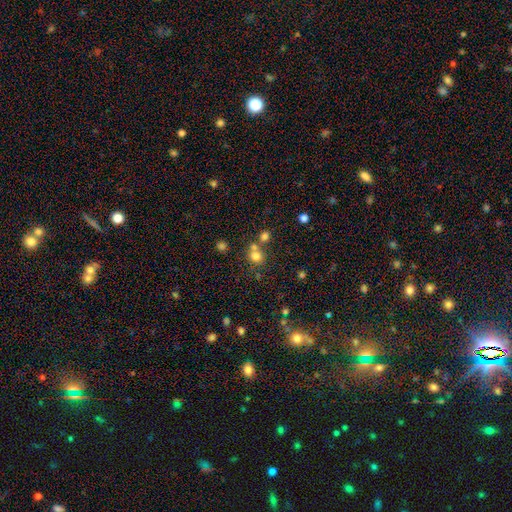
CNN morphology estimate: Overall: smooth (74%). How rounded: round (81%). Merging: none (52%; merger 36%).